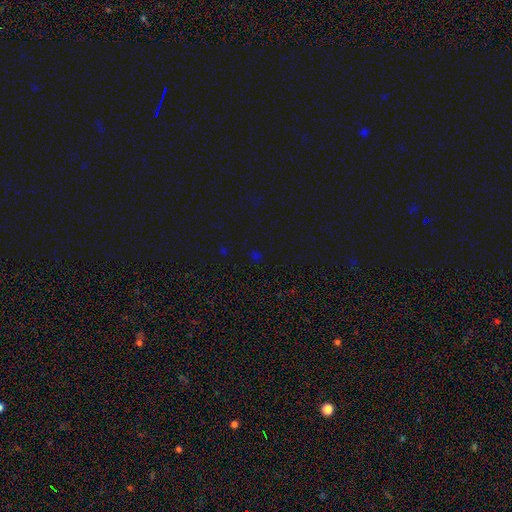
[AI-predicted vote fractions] Morphology: type=star or artifact (59%).